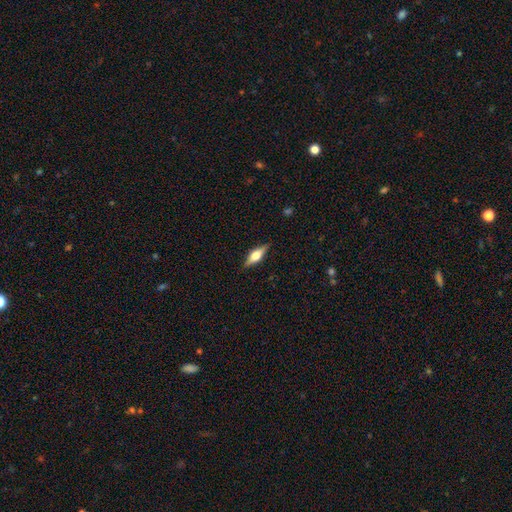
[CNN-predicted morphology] smooth-or-featured: featured or disk: 58% | smooth: 35% | star or artifact: 7%
  disk-edge-on: yes: 95% | no: 5%
    edge-on-bulge: rounded: 91% | boxy: 7% | none: 2%
  merging: none: 87% | minor disturbance: 9% | major disturbance: 2% | merger: 1%